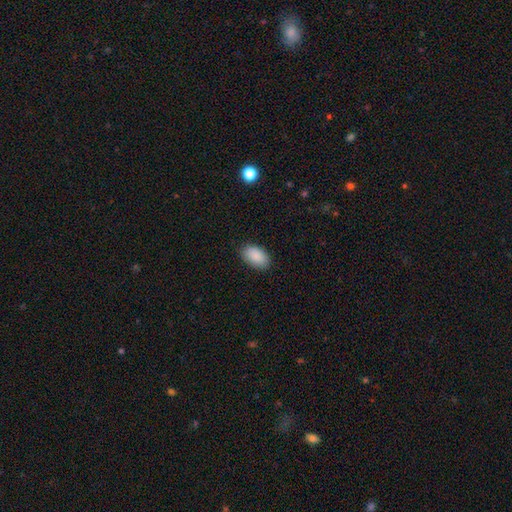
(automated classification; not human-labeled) This appears to be a smooth galaxy with no disk features (90%) that is in between round and cigar-shaped (94%). Merging: none (87%).